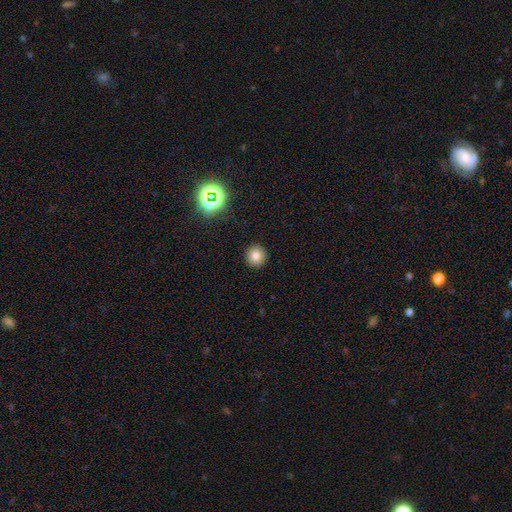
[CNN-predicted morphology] Smooth or featured? Predicted: smooth (p=0.78). How rounded? Predicted: round (p=0.95). Merging? Predicted: none (p=0.92).